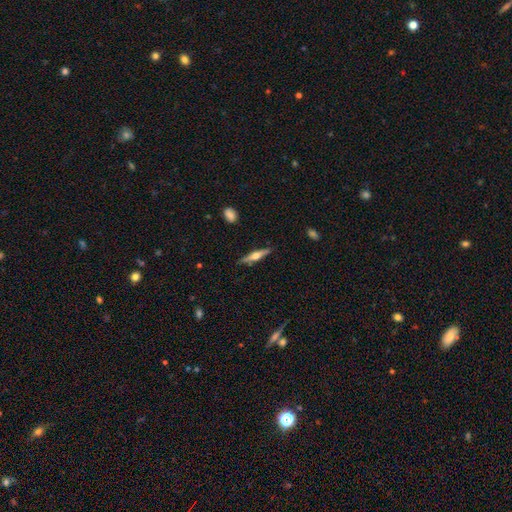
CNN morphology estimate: featured or disk 63%, smooth 31%, star or artifact 6%. Down the decision tree: edge-on disk — yes (97%); edge-on bulge — rounded (90%); merging — none (87%).